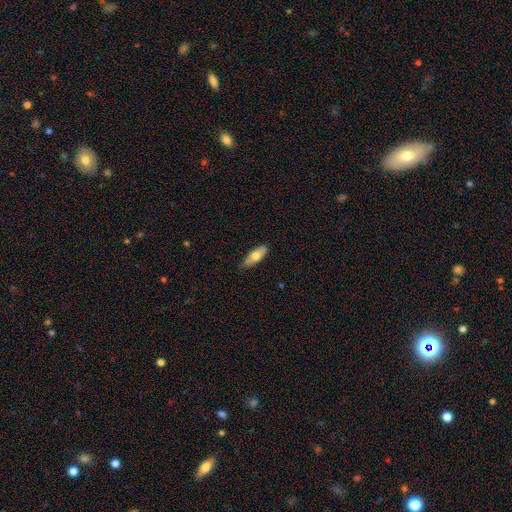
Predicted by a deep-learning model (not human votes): Q: Smooth or featured?
A: smooth (67%); runner-up: featured or disk (27%)
Q: How rounded?
A: in between (65%); runner-up: cigar-shaped (33%)
Q: Merging?
A: none (80%); runner-up: minor disturbance (16%)